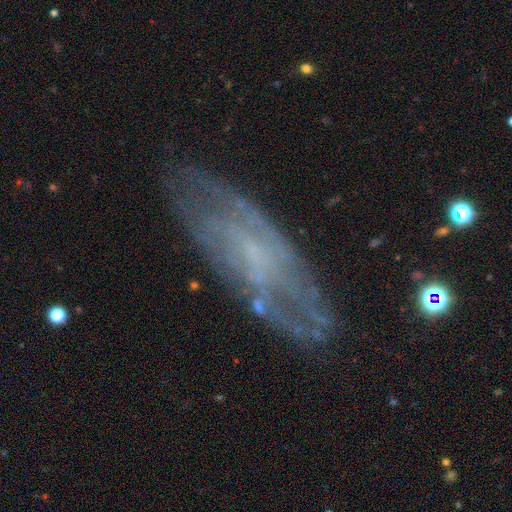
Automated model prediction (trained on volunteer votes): This appears to be a featured or disk galaxy (71%) with no bar (57%), spiral arms (71%) and a small central bulge (48%). Merging: none (74%).